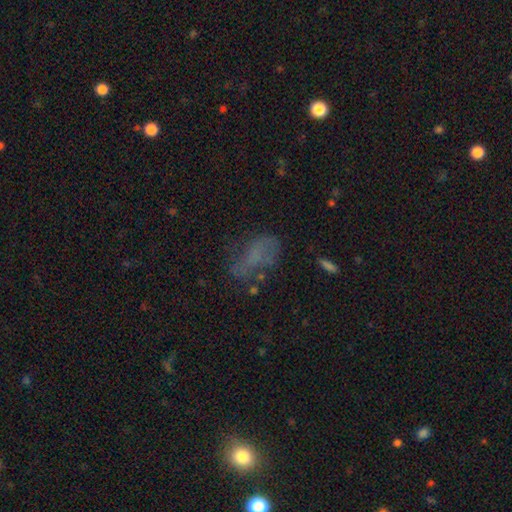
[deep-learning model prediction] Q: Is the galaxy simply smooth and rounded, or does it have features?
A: smooth — 43%.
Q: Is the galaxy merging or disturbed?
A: none — 46%.